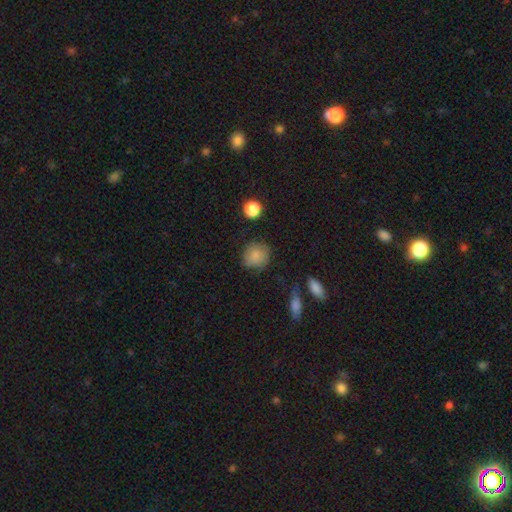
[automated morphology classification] The model was most divided on "merging": none: 77%, minor disturbance: 16%, major disturbance: 5%, merger: 2%. More confident: how rounded — round (86%); smooth or featured — smooth (84%).